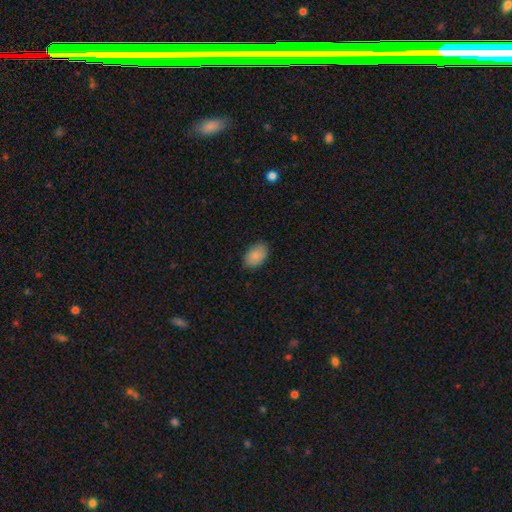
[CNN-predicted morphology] Smooth or featured? Predicted: smooth (p=0.87). How rounded? Predicted: in between (p=0.88). Merging? Predicted: none (p=0.86).